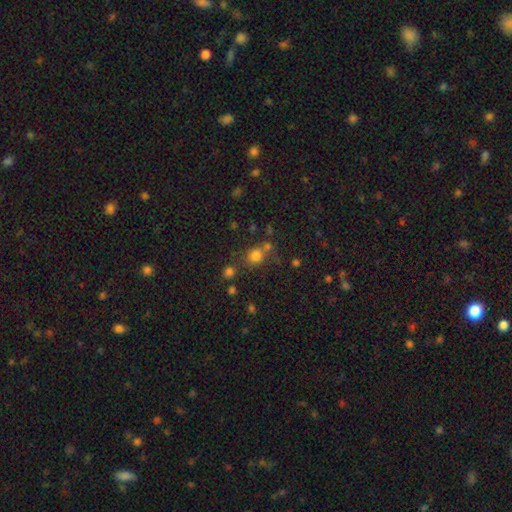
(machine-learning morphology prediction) type=smooth (74%); roundness=round (73%); merging=none (57%).